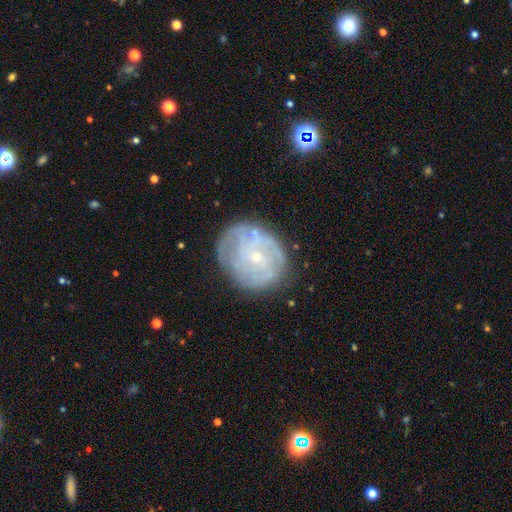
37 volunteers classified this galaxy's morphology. A featured or disk galaxy (86%) with no bar (66%), tight (62%) spiral arms (100%) and a small central bulge (91%). Merging: none (84%).